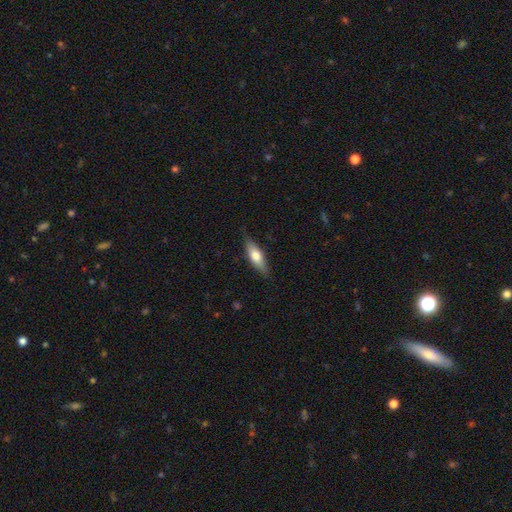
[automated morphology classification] Smooth or featured?
  - smooth: 59% *
  - featured or disk: 36%
  - star or artifact: 6%
How rounded?
  - cigar-shaped: 51% *
  - in between: 46%
  - round: 3%
Merging?
  - none: 84% *
  - minor disturbance: 13%
  - major disturbance: 2%
  - merger: 1%